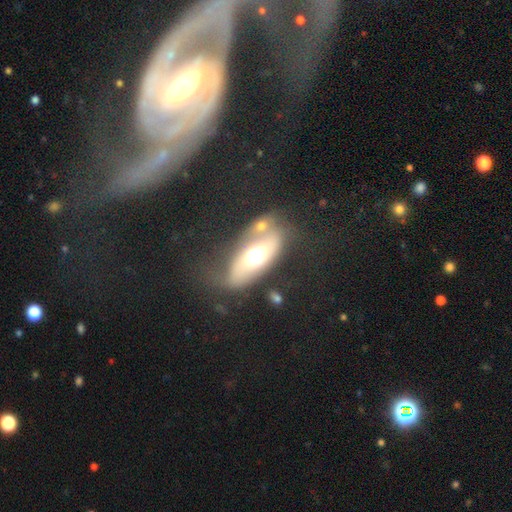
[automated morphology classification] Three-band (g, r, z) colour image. It shows a featured or disk galaxy (48%). Merging: none (43%).